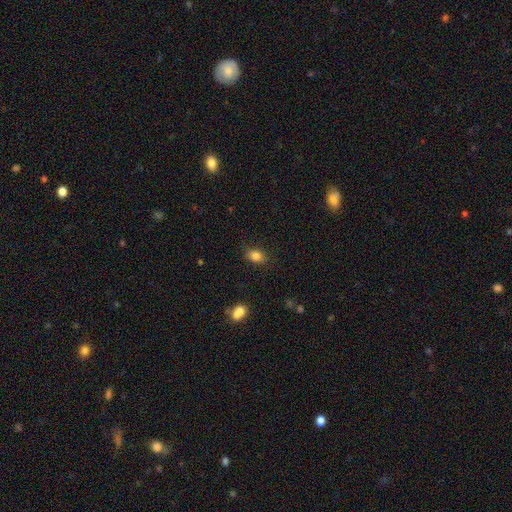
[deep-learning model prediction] This is clearly a smooth galaxy (84%). How rounded: likely in between (74%). Merging: clearly none (82%).